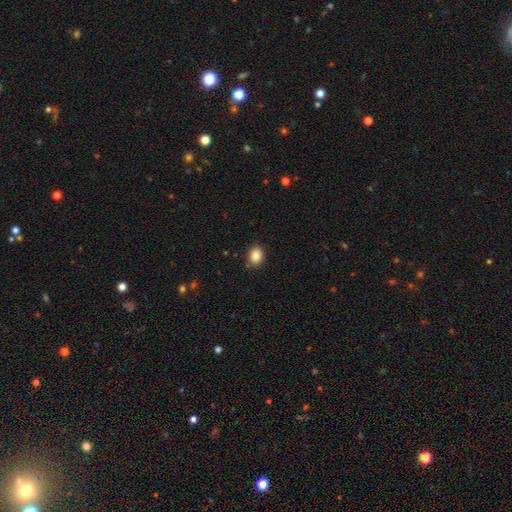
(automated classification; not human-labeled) smooth 87%, star or artifact 9%, featured or disk 4%. Down the decision tree: how rounded — in between (56%); merging — none (86%).